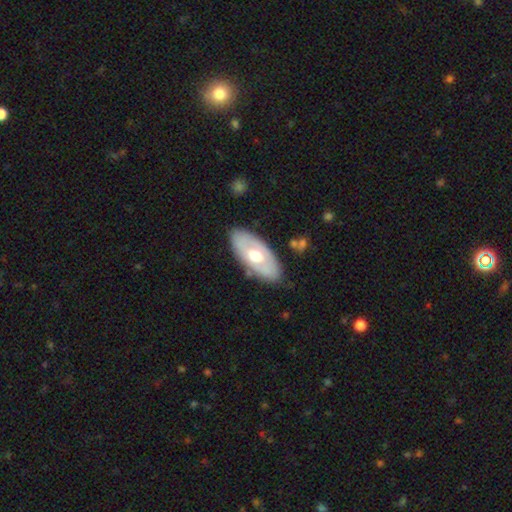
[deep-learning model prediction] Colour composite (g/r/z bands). It shows a featured or disk galaxy (52%). Merging: none (83%).